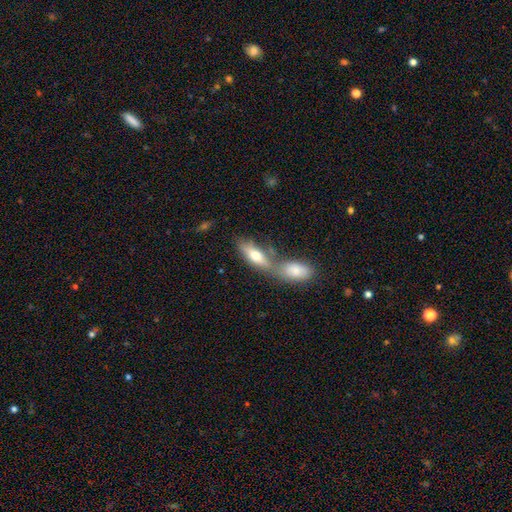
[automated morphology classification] smooth_or_featured: smooth (p=0.69) [alt: featured or disk p=0.24]
how_rounded: in between (p=0.68) [alt: cigar-shaped p=0.29]
merging: merger (p=0.51) [alt: none p=0.35]